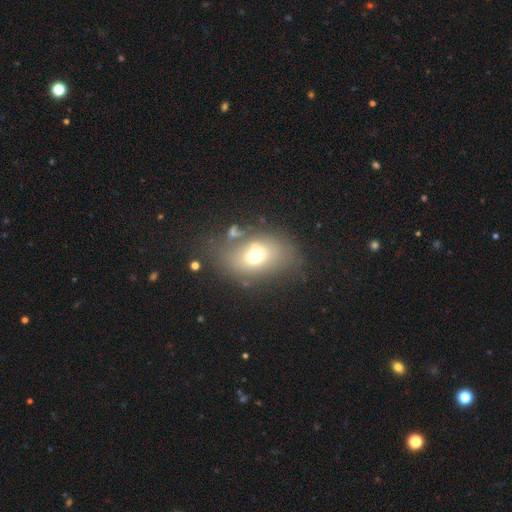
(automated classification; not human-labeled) Smooth or featured?
  - smooth: 64% *
  - featured or disk: 22%
  - star or artifact: 14%
How rounded?
  - in between: 73% *
  - round: 25%
  - cigar-shaped: 2%
Merging?
  - none: 63% *
  - minor disturbance: 17%
  - major disturbance: 12%
  - merger: 8%